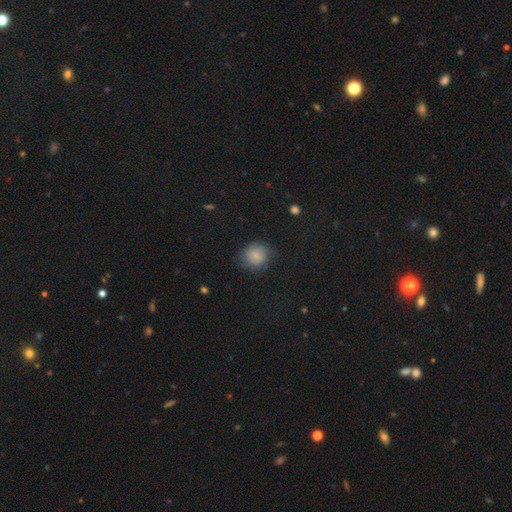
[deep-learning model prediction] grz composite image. It shows a smooth galaxy with no disk features (78%) that is round (74%). Merging: none (69%).